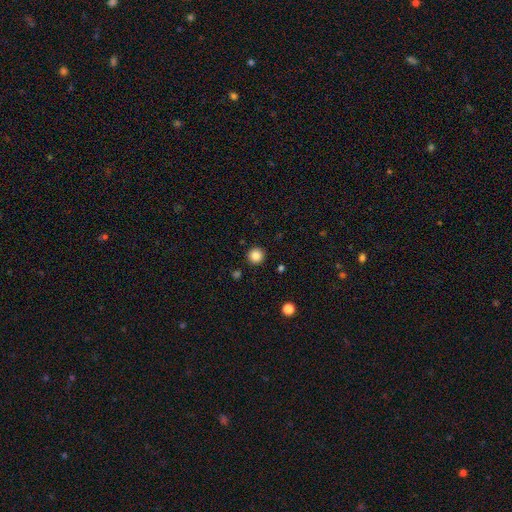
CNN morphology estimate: This is clearly a smooth galaxy (85%). How rounded: clearly round (95%). Merging: clearly none (92%).